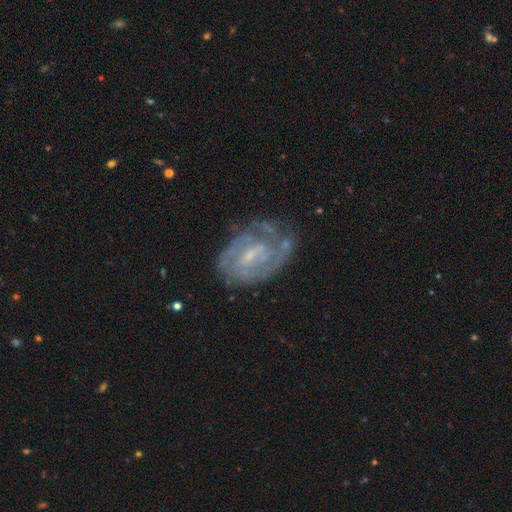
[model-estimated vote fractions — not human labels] Overall: featured or disk (76%). Edge-on disk: no (97%). Bar: weak (54%; no 29%). Spiral arms: yes (85%). Spiral arm count: 2 (38%; can't tell 37%). Spiral winding: tight (53%; medium 36%). Bulge size: small (59%; moderate 24%). Merging: none (63%).